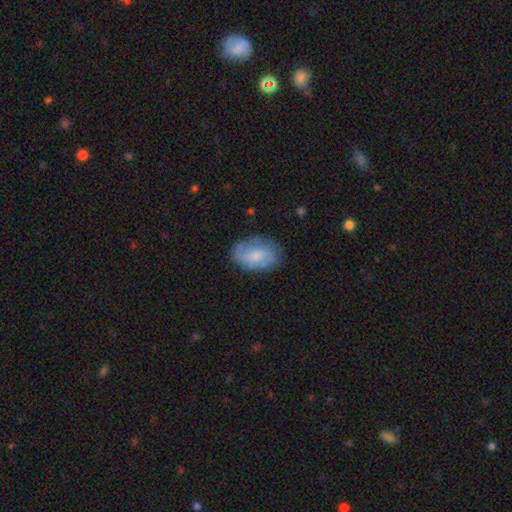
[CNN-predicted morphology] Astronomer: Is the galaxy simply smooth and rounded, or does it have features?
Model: smooth — 64%.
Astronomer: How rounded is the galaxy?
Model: in between — 87%.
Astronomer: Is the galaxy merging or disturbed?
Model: none — 74%.